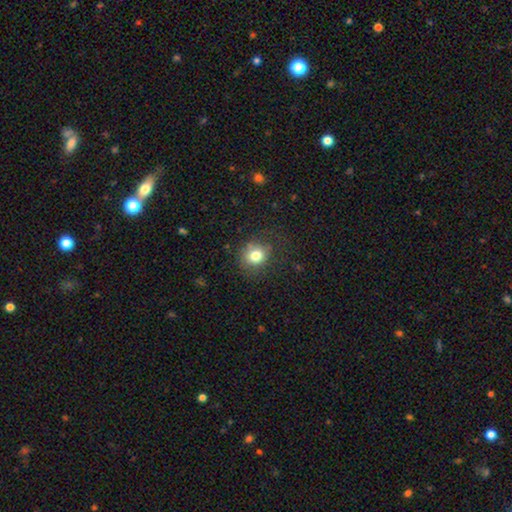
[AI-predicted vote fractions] Smooth or featured? smooth (79%)
How rounded? round (75%)
Merging? none (72%)